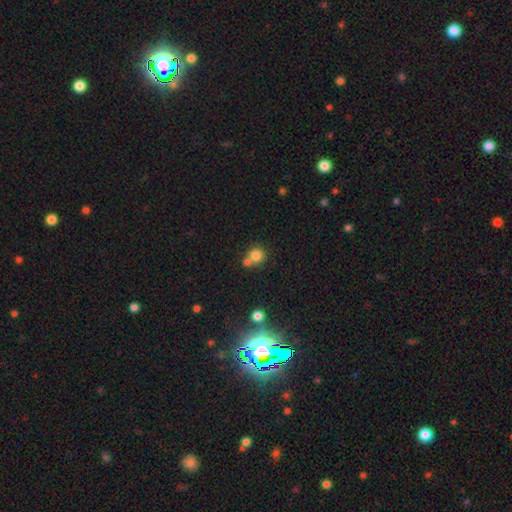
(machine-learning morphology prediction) smooth-or-featured: smooth: 79% | star or artifact: 12% | featured or disk: 9%
  how-rounded: round: 88% | in between: 11% | cigar-shaped: 1%
  merging: none: 53% | merger: 36% | minor disturbance: 8% | major disturbance: 3%